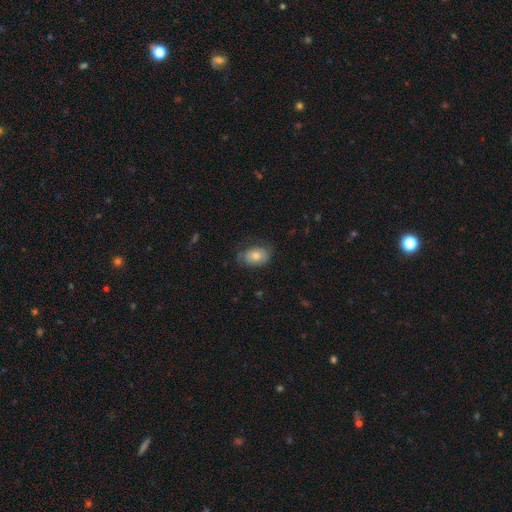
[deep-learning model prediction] smooth-or-featured: smooth: 67% | featured or disk: 26% | star or artifact: 8%
  how-rounded: in between: 80% | round: 18% | cigar-shaped: 1%
  merging: none: 60% | minor disturbance: 26% | major disturbance: 12% | merger: 1%